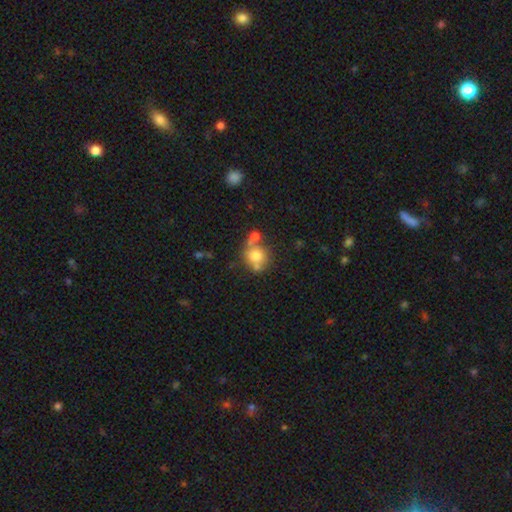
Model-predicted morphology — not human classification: A smooth galaxy with no disk features (72%) that is round (82%).

Vote fractions:
- Smooth or featured? smooth: 72% / featured or disk: 16% / star or artifact: 11%
- How rounded? round: 82% / in between: 17% / cigar-shaped: 1%
- Merging? none: 50% / merger: 31% / minor disturbance: 13% / major disturbance: 5%